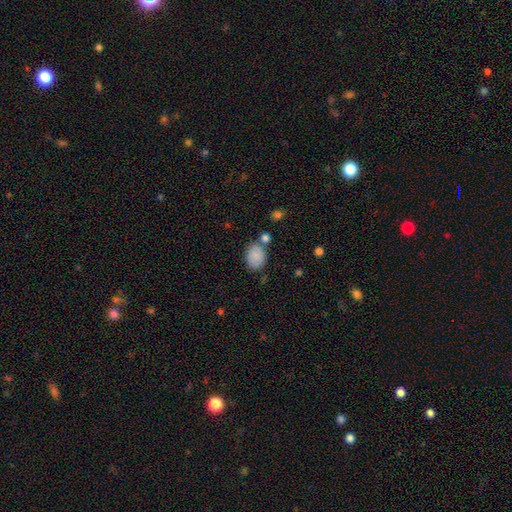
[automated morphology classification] A smooth galaxy with no disk features (87%) that is in between round and cigar-shaped (70%).

Vote fractions:
- Smooth or featured? smooth: 87% / star or artifact: 7% / featured or disk: 6%
- How rounded? in between: 70% / round: 29% / cigar-shaped: 1%
- Merging? none: 67% / minor disturbance: 15% / merger: 13% / major disturbance: 5%